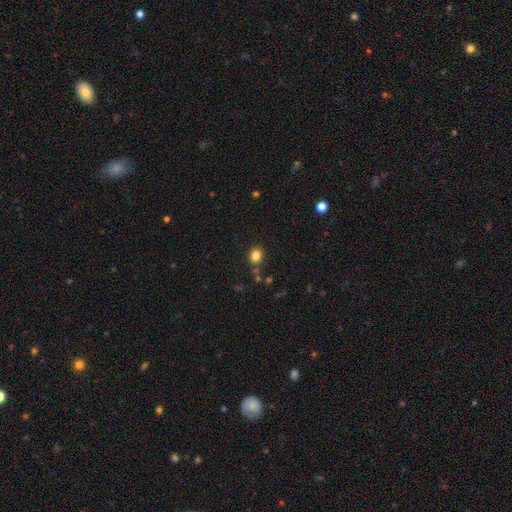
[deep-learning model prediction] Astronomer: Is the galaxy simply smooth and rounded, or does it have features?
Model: smooth — 83%.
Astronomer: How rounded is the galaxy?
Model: round — 69%.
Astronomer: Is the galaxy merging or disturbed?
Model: none — 84%.